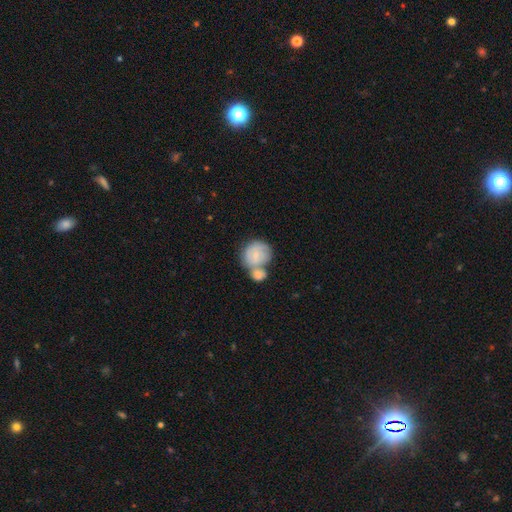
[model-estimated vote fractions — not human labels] smooth-or-featured: smooth: 58% | featured or disk: 36% | star or artifact: 6%
  how-rounded: round: 80% | in between: 19% | cigar-shaped: 1%
  merging: merger: 56% | none: 26% | minor disturbance: 12% | major disturbance: 6%